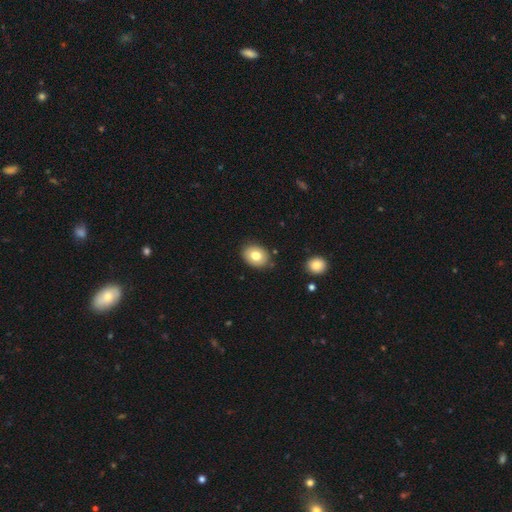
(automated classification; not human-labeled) This appears to be a smooth galaxy with no disk features (79%) that is in between round and cigar-shaped (60%). Merging: none (85%).